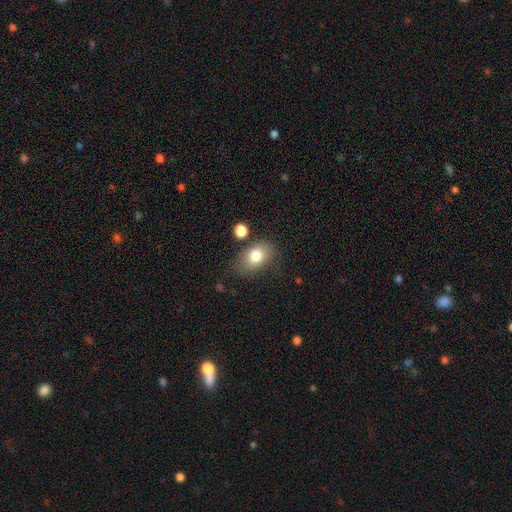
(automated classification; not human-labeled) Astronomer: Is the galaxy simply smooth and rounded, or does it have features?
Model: smooth — 79%.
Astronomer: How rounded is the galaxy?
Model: in between — 83%.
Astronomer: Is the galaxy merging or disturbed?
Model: none — 72%.